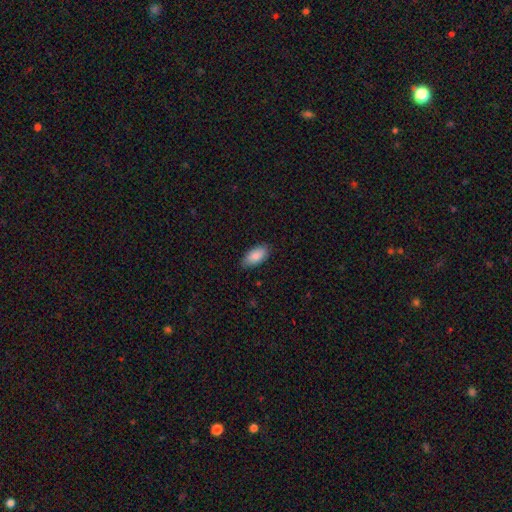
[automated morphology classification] A smooth galaxy with no disk features (88%) that is in between round and cigar-shaped (92%). Merging: none (85%).